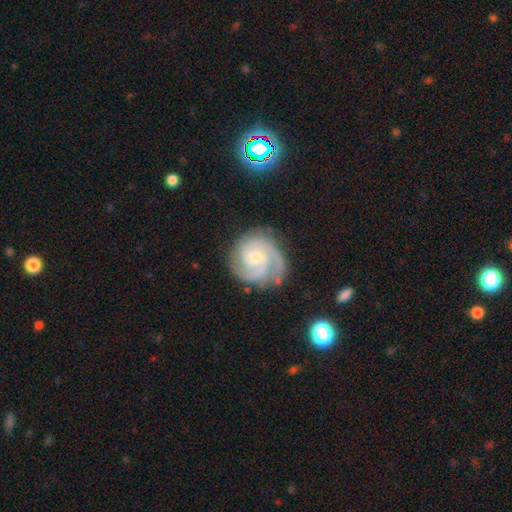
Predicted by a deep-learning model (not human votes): smooth-or-featured: featured or disk: 89% | smooth: 6% | star or artifact: 5%
  disk-edge-on: no: 98% | yes: 2%
    bar: no: 68% | weak: 27% | strong: 5%
    has-spiral-arms: yes: 98% | no: 2%
      spiral-winding: tight: 62% | medium: 33% | loose: 4%
      spiral-arm-count: 3: 44% | 2: 34% | can't tell: 9% | 4: 5% | 1: 4% | more than 4: 4%
    bulge-size: small: 74% | moderate: 21% | none: 3% | large: 1% | dominant: 1%
  merging: none: 75% | minor disturbance: 17% | major disturbance: 6% | merger: 2%